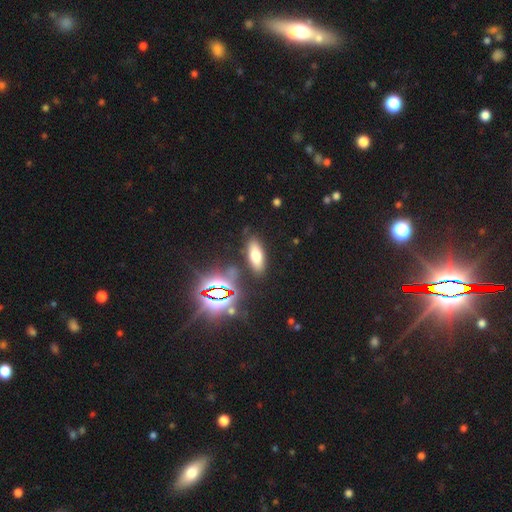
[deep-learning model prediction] A smooth galaxy with no disk features (61%) that is in between round and cigar-shaped (68%). Merging: none (83%).